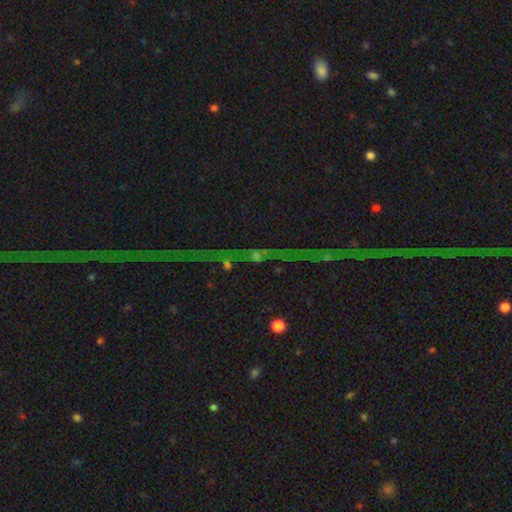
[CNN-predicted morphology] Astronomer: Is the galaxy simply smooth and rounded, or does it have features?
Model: star or artifact — 63%.